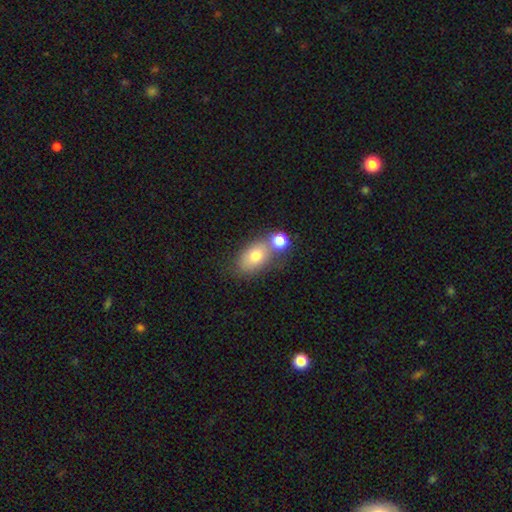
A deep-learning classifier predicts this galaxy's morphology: Smooth or featured? smooth (75%)
How rounded? in between (81%)
Merging? none (47%)